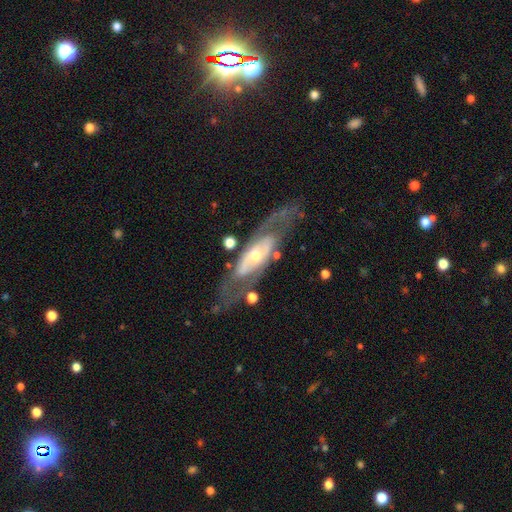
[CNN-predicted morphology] Smooth or featured: featured or disk — 80% (smooth — 15%)
Edge-on disk: no — 82% (yes — 18%)
Bar: no — 65% (weak — 22%)
Spiral arms: yes — 67% (no — 33%)
Bulge size: moderate — 51% (small — 42%)
Merging: none — 68% (minor disturbance — 16%)